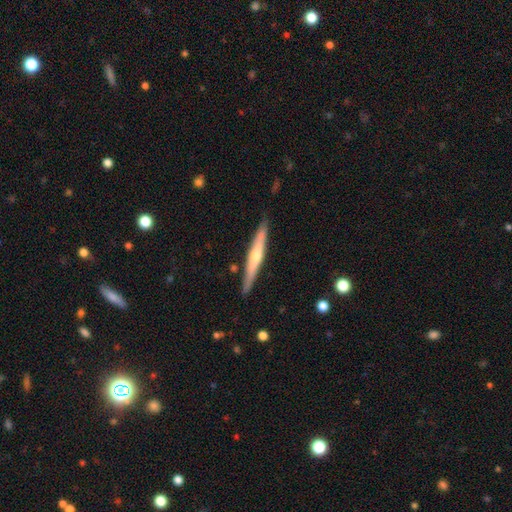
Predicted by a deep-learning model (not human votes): This appears to be a featured or disk galaxy (62%) viewed edge-on (97%) with a rounded central bulge (72%). Merging: none (88%).